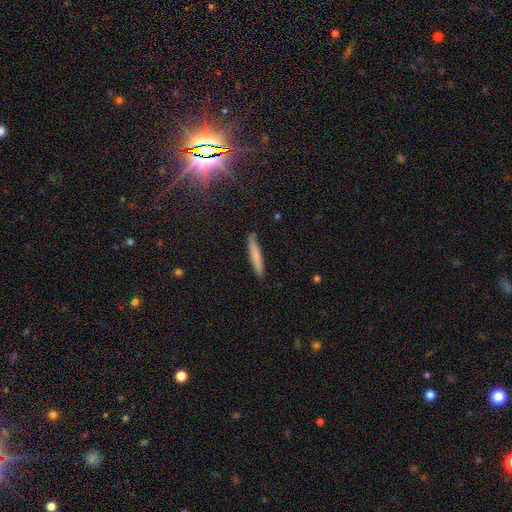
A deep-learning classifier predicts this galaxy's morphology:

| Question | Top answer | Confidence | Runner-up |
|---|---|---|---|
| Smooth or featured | smooth | 76% | featured or disk (17%) |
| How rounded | cigar-shaped | 94% | in between (5%) |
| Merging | none | 90% | minor disturbance (8%) |